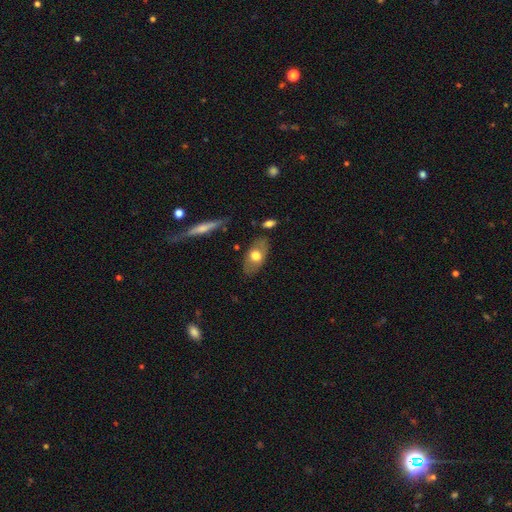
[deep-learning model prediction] smooth_or_featured: smooth (p=0.59) [alt: featured or disk p=0.35]
how_rounded: in between (p=0.89) [alt: round p=0.06]
merging: none (p=0.80) [alt: minor disturbance p=0.14]